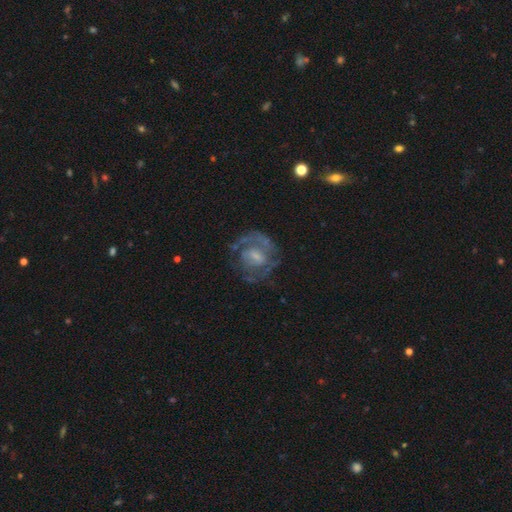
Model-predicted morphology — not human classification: Smooth or featured? featured or disk (75%)
Edge-on disk? no (97%)
Bar? weak (49%)
Spiral arms? yes (79%)
Spiral winding? tight (43%)
Spiral arm count? 2 (45%)
Bulge size? small (43%)
Merging? none (61%)